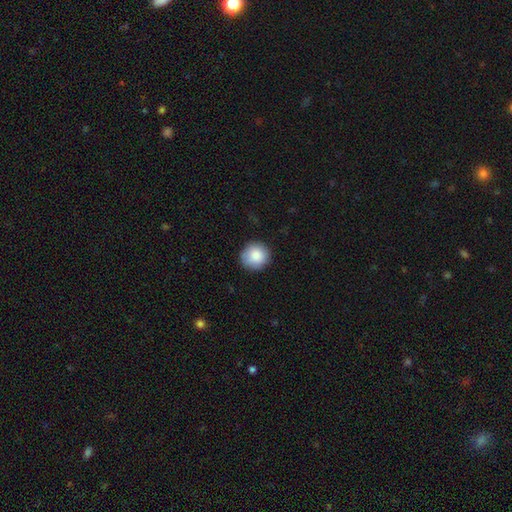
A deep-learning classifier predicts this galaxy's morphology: smooth 86%, star or artifact 8%, featured or disk 6%. Down the decision tree: how rounded — round (92%); merging — none (86%).